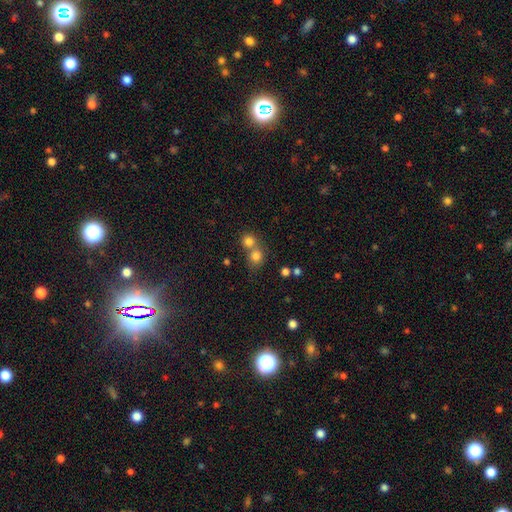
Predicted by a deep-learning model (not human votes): Smooth or featured: smooth — 79% (star or artifact — 13%)
How rounded: round — 82% (in between — 17%)
Merging: merger — 47% (none — 44%)